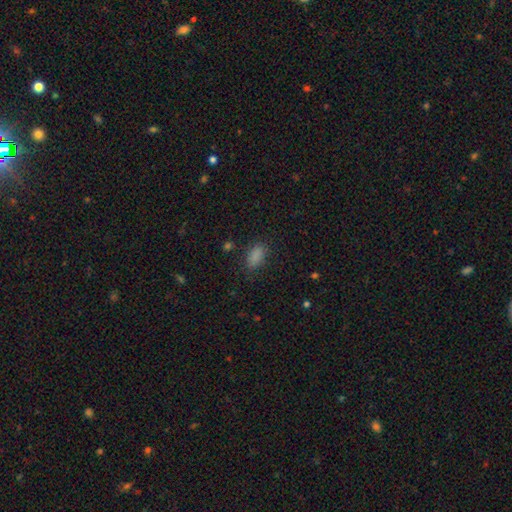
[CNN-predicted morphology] Overall: smooth (86%). How rounded: in between (90%). Merging: none (84%).